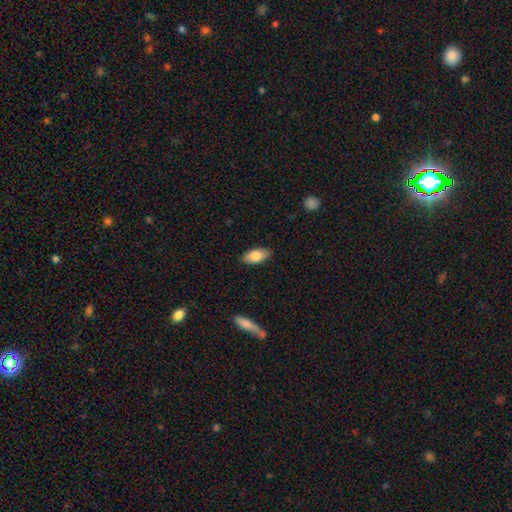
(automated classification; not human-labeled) Q: Smooth or featured?
A: smooth (82%); runner-up: featured or disk (11%)
Q: How rounded?
A: in between (91%); runner-up: cigar-shaped (6%)
Q: Merging?
A: none (86%); runner-up: minor disturbance (10%)